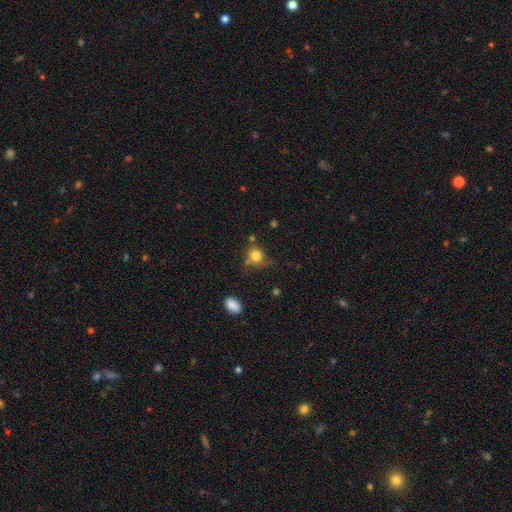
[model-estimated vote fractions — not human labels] smooth 79%, star or artifact 12%, featured or disk 9%. Down the decision tree: how rounded — round (78%); merging — none (55%).